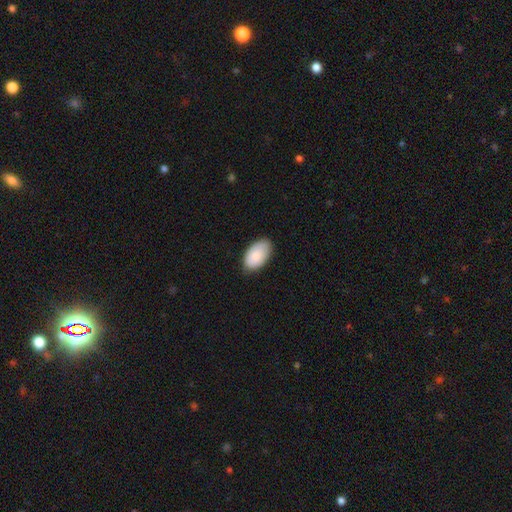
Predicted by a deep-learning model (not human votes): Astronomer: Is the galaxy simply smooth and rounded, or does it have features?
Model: smooth — 87%.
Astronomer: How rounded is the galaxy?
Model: in between — 95%.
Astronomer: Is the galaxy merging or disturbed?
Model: none — 81%.